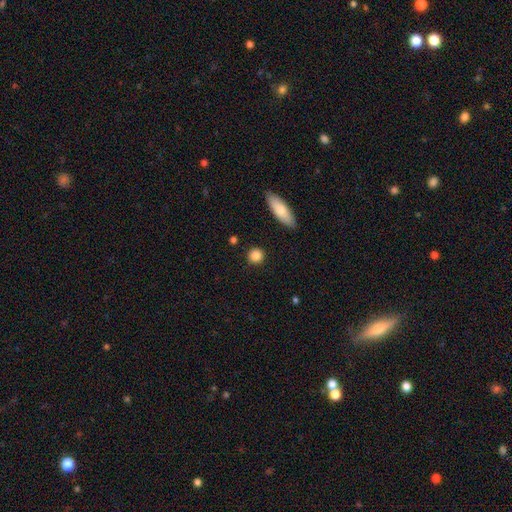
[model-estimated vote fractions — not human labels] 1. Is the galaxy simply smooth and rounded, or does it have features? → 85% smooth, 8% star or artifact, 7% featured or disk.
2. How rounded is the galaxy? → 88% round, 10% in between, 2% cigar-shaped.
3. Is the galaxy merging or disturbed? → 89% none, 7% minor disturbance, 2% major disturbance, 2% merger.